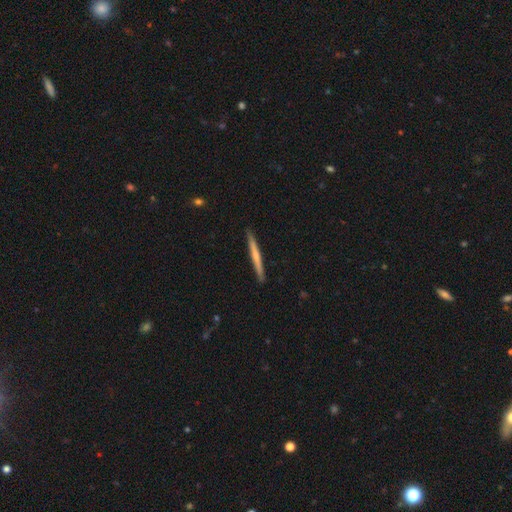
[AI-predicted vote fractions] smooth-or-featured: smooth: 50% | featured or disk: 45% | star or artifact: 5%
  merging: none: 91% | minor disturbance: 6% | major disturbance: 1% | merger: 1%